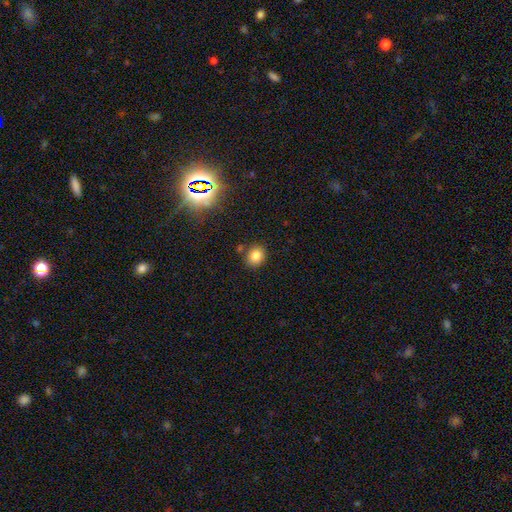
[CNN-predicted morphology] smooth-or-featured: smooth: 80% | star or artifact: 13% | featured or disk: 6%
  how-rounded: round: 70% | in between: 29% | cigar-shaped: 1%
  merging: none: 80% | minor disturbance: 11% | merger: 6% | major disturbance: 3%